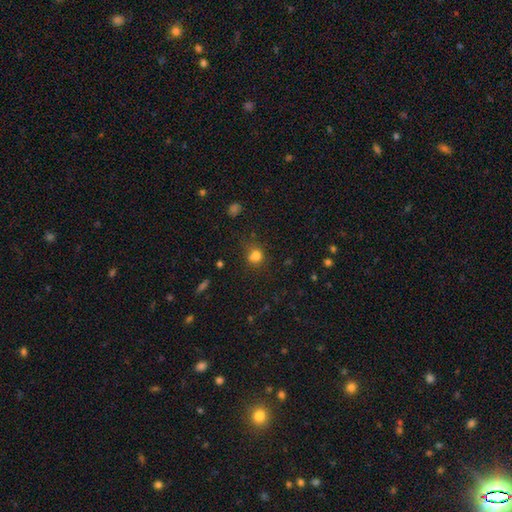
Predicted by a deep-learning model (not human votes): Morphology: type=smooth (77%); roundness=round (76%); merging=none (60%).